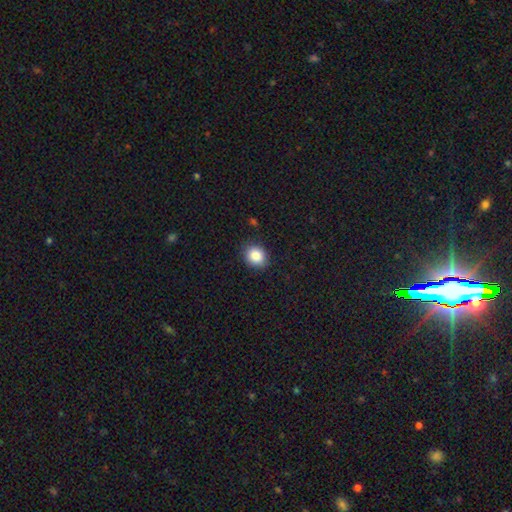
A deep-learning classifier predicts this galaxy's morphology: This appears to be a smooth galaxy with no disk features (87%) that is round (62%). Merging: none (87%).